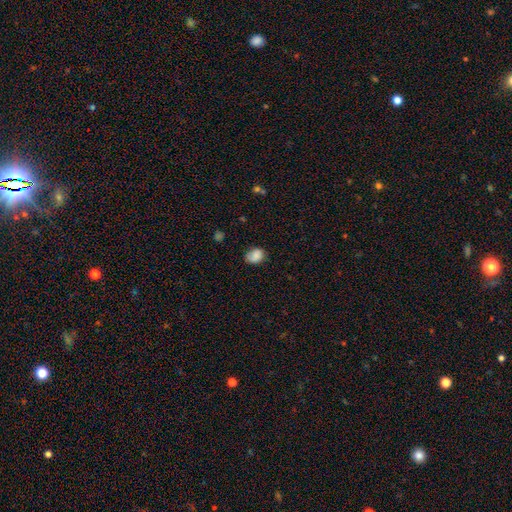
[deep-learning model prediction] This is clearly a smooth galaxy (82%). How rounded: likely in between (61%). Merging: likely none (66%).